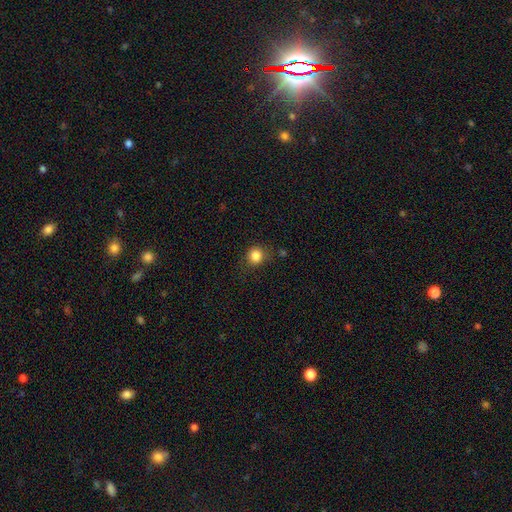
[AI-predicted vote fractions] A smooth galaxy with no disk features (84%) that is round (82%). Merging: none (78%).